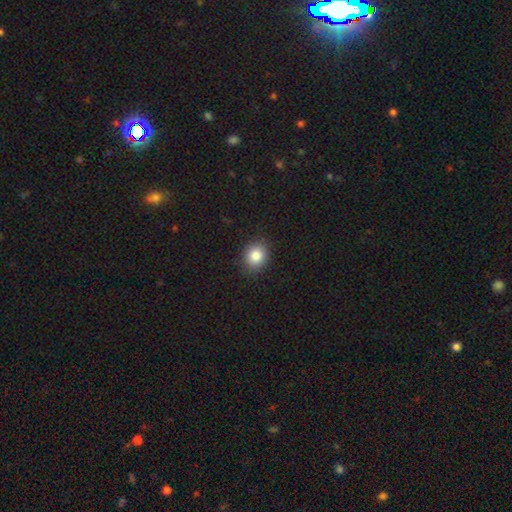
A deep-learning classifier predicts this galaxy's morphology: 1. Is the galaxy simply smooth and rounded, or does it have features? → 85% smooth, 10% star or artifact, 5% featured or disk.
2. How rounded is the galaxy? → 70% round, 30% in between, 1% cigar-shaped.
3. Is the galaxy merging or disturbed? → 88% none, 9% minor disturbance, 2% major disturbance, 1% merger.